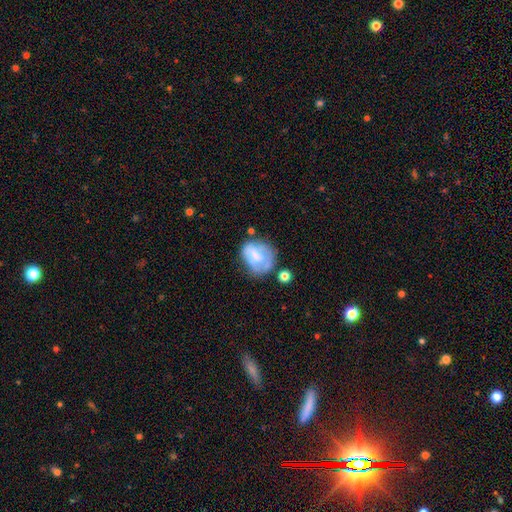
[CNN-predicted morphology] smooth_or_featured: smooth (p=0.51) [alt: featured or disk p=0.41]
how_rounded: round (p=0.54) [alt: in between p=0.45]
merging: none (p=0.43) [alt: minor disturbance p=0.29]